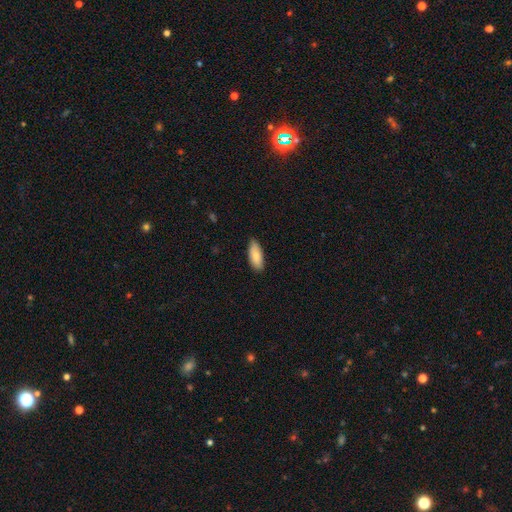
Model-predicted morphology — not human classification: smooth 82%, featured or disk 13%, star or artifact 6%. Down the decision tree: how rounded — in between (77%); merging — none (84%).